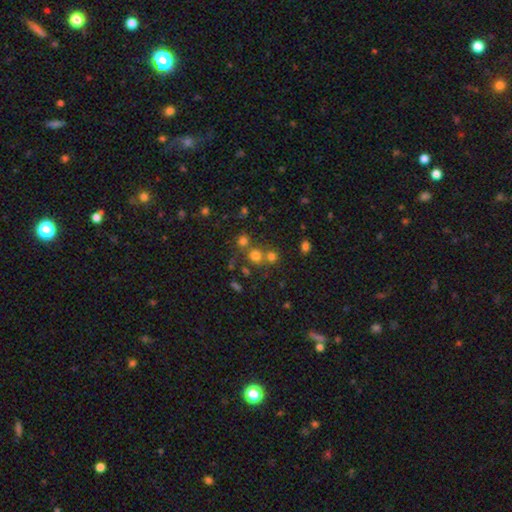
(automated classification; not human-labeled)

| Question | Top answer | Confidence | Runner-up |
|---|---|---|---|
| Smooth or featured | smooth | 68% | star or artifact (23%) |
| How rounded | round | 87% | in between (12%) |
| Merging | none | 61% | merger (28%) |